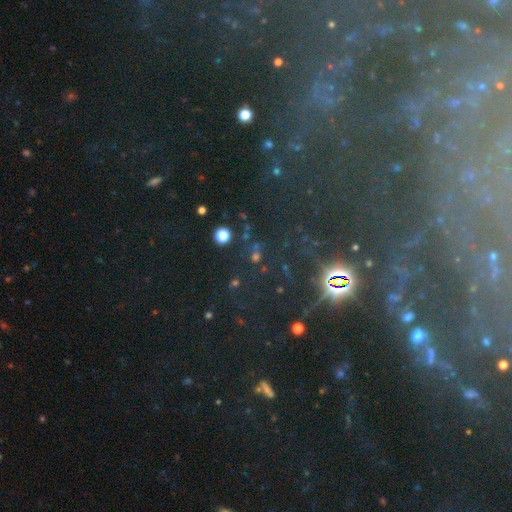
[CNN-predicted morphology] Smooth or featured: star or artifact — 69% (smooth — 17%)